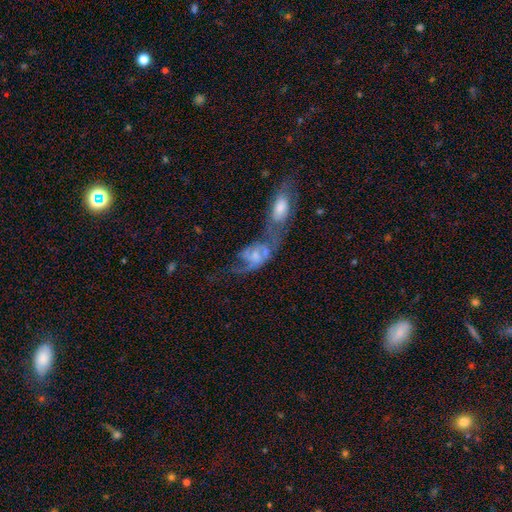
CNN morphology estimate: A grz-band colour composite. It shows a featured or disk galaxy (69%) with no bar (59%), 2 (72%) loose (41%) spiral arms (81%) and a small central bulge (39%). Merging: merger (57%).